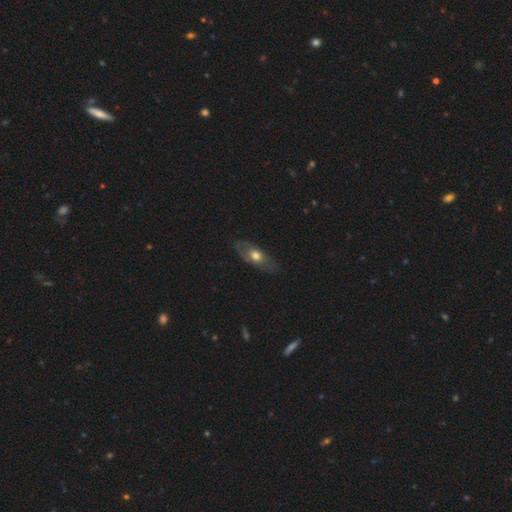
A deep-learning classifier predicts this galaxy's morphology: Overall: smooth (47%, tied with featured or disk). Merging: none (73%).